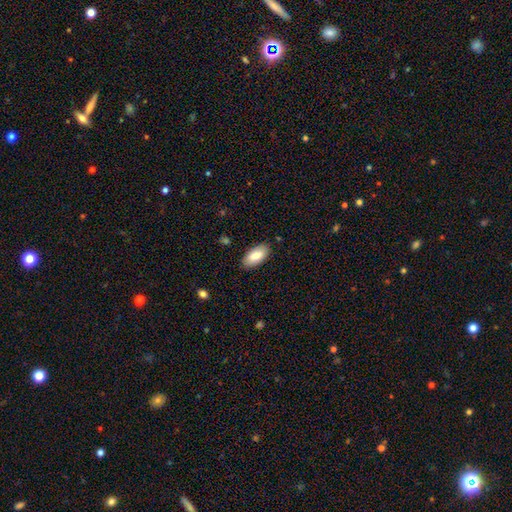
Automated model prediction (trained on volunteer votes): Morphology: type=smooth (83%); roundness=in between (94%); merging=none (87%).